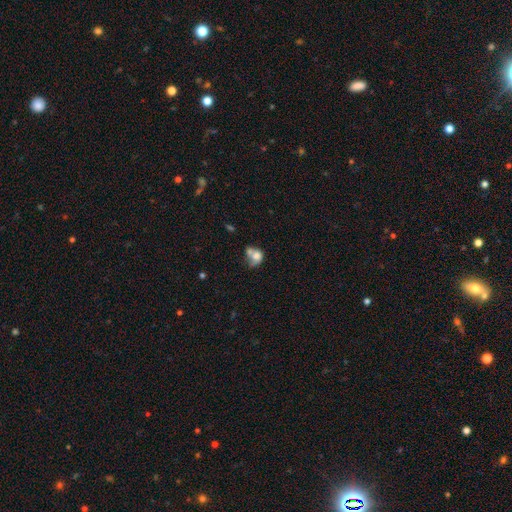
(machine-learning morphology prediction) A smooth galaxy with no disk features (68%) that is round (54%).

Vote fractions:
- Smooth or featured? smooth: 68% / featured or disk: 22% / star or artifact: 10%
- How rounded? round: 54% / in between: 45% / cigar-shaped: 1%
- Merging? merger: 50% / none: 22% / major disturbance: 14% / minor disturbance: 14%